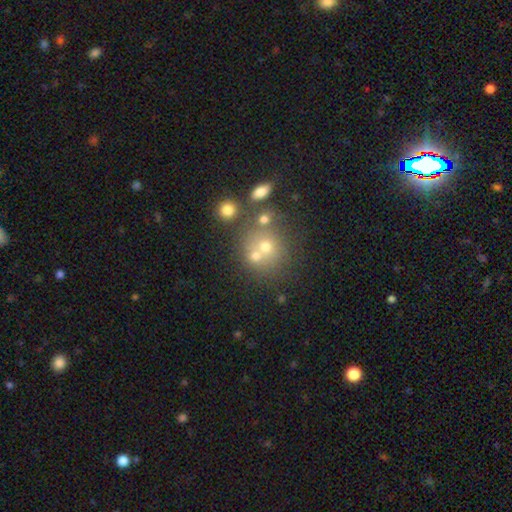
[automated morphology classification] Smooth or featured: smooth — 63% (star or artifact — 19%)
How rounded: round — 81% (in between — 18%)
Merging: none — 48% (merger — 37%)